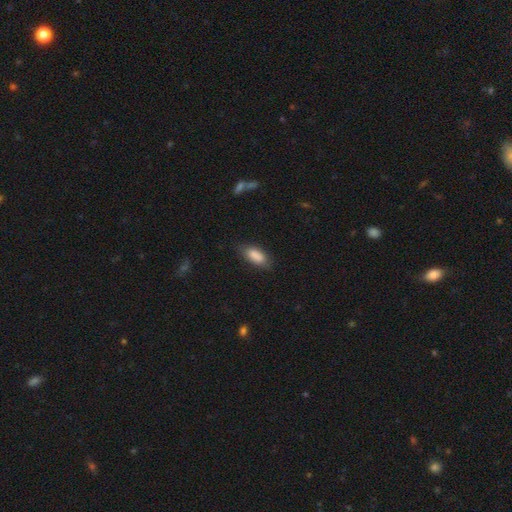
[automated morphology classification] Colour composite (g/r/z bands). It shows a smooth galaxy with no disk features (86%) that is in between round and cigar-shaped (81%). Merging: none (77%).